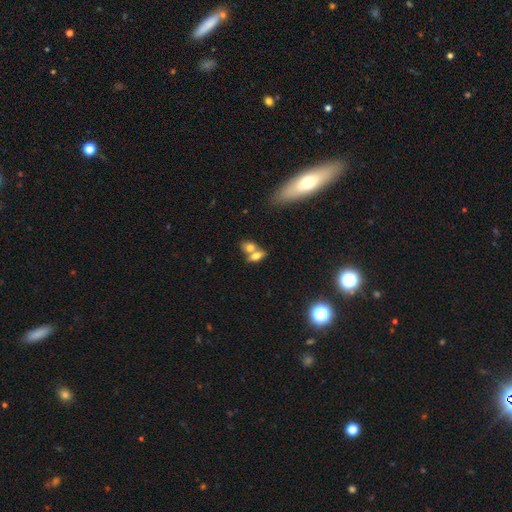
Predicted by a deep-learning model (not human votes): Morphology: type=smooth (69%); roundness=in between (77%); merging=merger (54%).